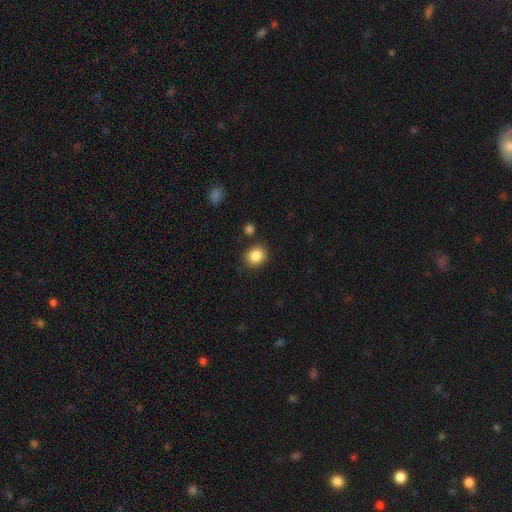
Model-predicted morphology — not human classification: Smooth or featured? smooth (86%)
How rounded? round (67%)
Merging? none (83%)